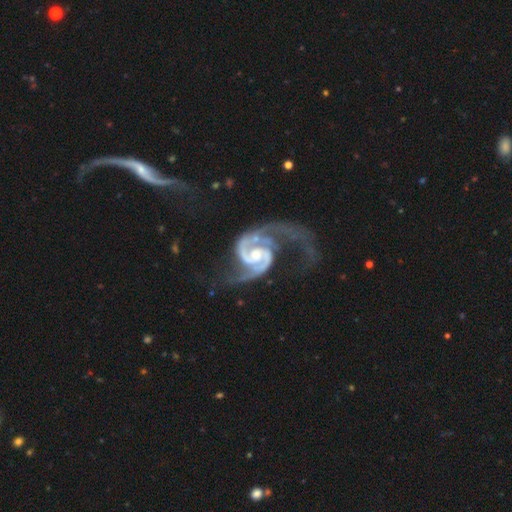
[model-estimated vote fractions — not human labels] This is clearly a featured or disk galaxy (94%). It is clearly not viewed edge-on (98%). Bar: possibly no (52%). Spiral arm pattern: clearly yes (99%). Spiral arm count: clearly 2 (91%). Spiral winding: possibly medium (52%). Central bulge: possibly moderate (52%). Merging: marginally none (43%).